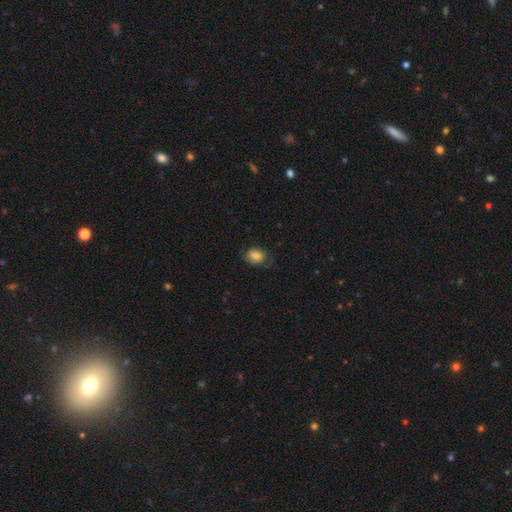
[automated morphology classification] smooth 76%, featured or disk 16%, star or artifact 9%. Down the decision tree: how rounded — in between (71%); merging — none (64%).